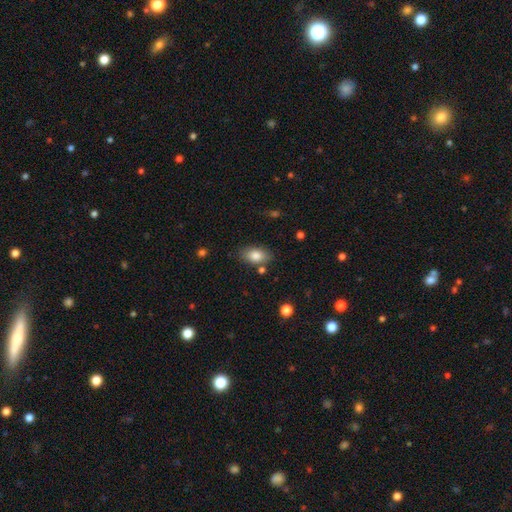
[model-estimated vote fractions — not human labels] smooth 83%, featured or disk 10%, star or artifact 8%. Down the decision tree: how rounded — in between (90%); merging — none (77%).